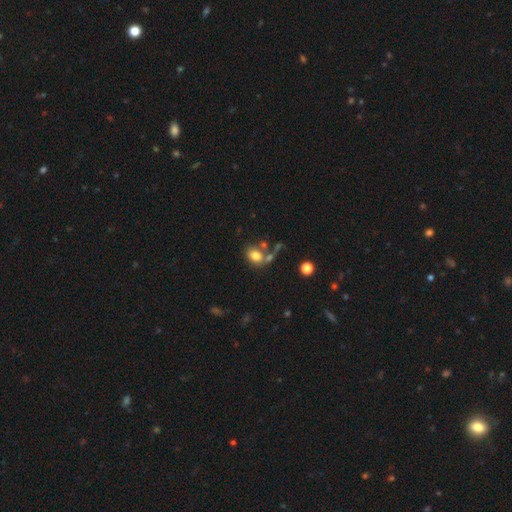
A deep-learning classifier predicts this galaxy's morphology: This is likely a smooth galaxy (78%). How rounded: likely in between (60%). Merging: possibly none (50%).